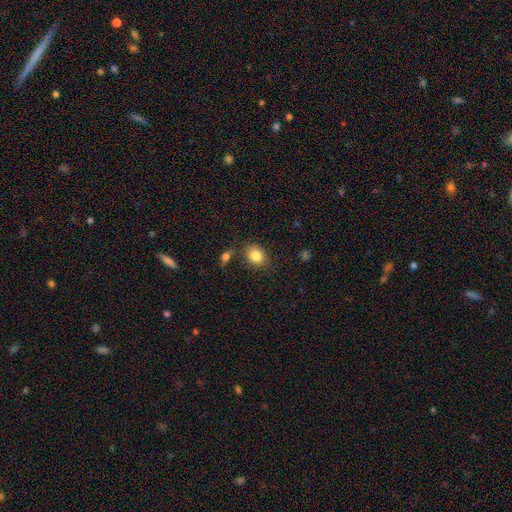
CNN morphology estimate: Smooth or featured? Predicted: smooth (p=0.83). How rounded? Predicted: in between (p=0.53). Merging? Predicted: none (p=0.77).